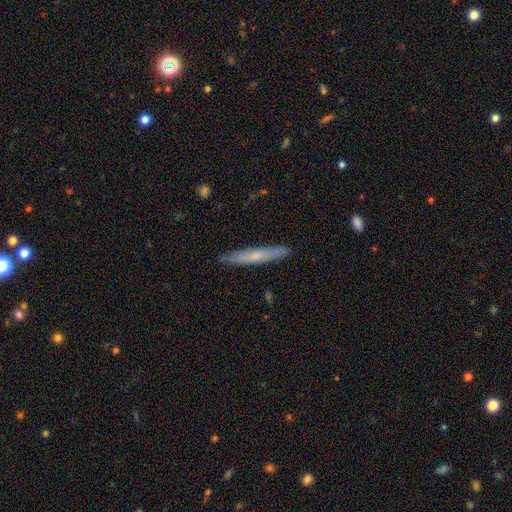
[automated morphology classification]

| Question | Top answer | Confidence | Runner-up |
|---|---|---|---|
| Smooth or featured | smooth | 52% | featured or disk (42%) |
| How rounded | cigar-shaped | 95% | in between (3%) |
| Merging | none | 89% | minor disturbance (9%) |